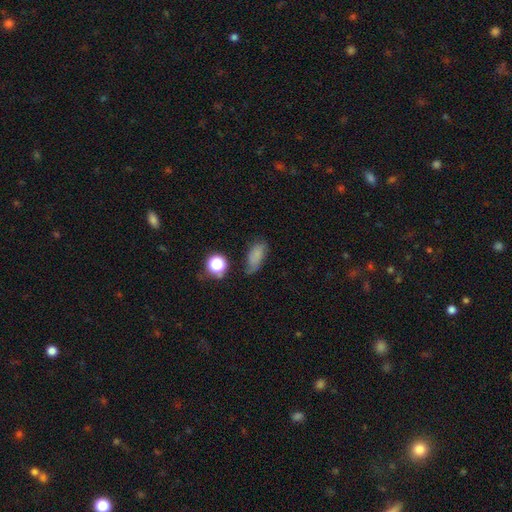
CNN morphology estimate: This is likely a smooth galaxy (70%). How rounded: clearly in between (82%). Merging: possibly none (55%).